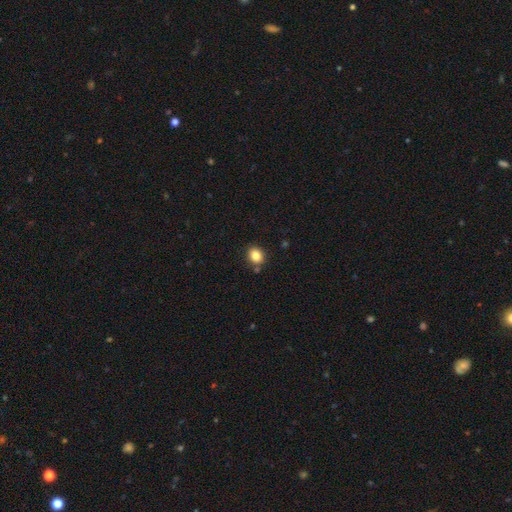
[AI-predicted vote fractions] This appears to be a smooth galaxy with no disk features (84%) that is round (65%). Merging: none (84%).